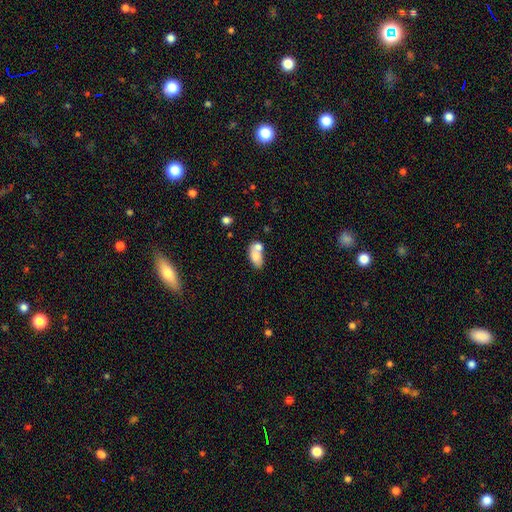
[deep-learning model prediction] Smooth or featured? Predicted: smooth (p=0.72). How rounded? Predicted: in between (p=0.88). Merging? Predicted: merger (p=0.50).